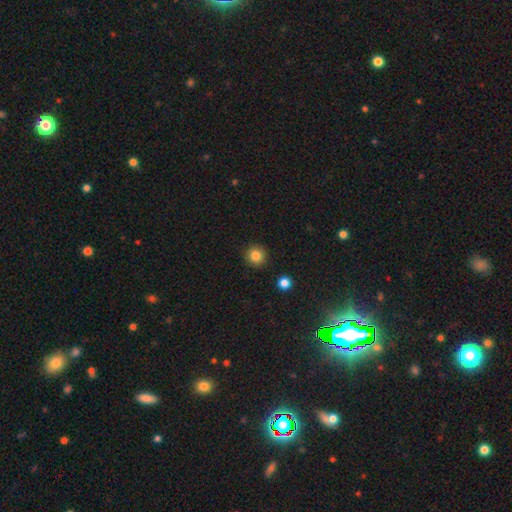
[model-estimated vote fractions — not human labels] Smooth or featured? Predicted: smooth (p=0.84). How rounded? Predicted: round (p=0.93). Merging? Predicted: none (p=0.91).